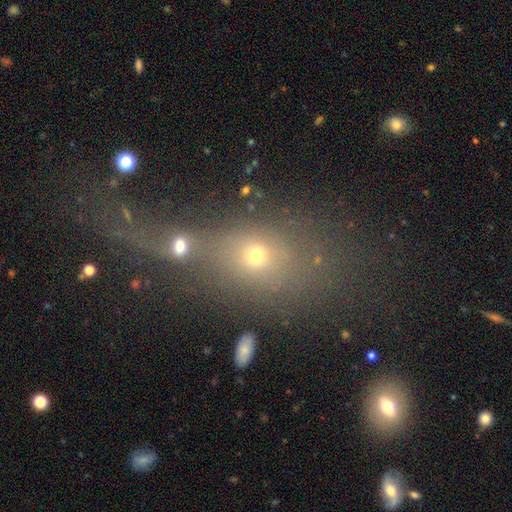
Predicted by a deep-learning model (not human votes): Smooth or featured: smooth — 54% (featured or disk — 23%)
How rounded: in between — 56% (round — 37%)
Merging: merger — 49% (none — 29%)